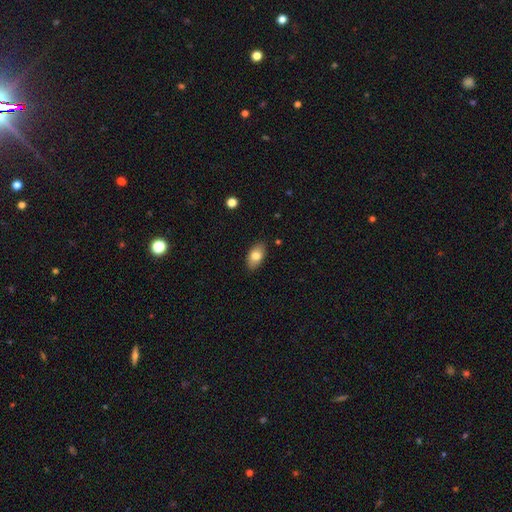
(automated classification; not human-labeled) Smooth or featured?
  - smooth: 79% *
  - featured or disk: 14%
  - star or artifact: 7%
How rounded?
  - in between: 92% *
  - round: 6%
  - cigar-shaped: 2%
Merging?
  - none: 86% *
  - minor disturbance: 10%
  - major disturbance: 2%
  - merger: 1%